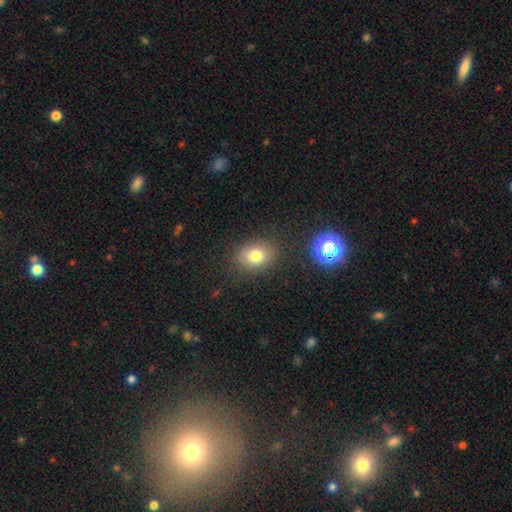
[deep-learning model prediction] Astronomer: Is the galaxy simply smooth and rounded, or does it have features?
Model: smooth — 76%.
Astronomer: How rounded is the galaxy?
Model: in between — 53% (runner-up: round, 46%).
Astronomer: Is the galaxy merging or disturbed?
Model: none — 84%.